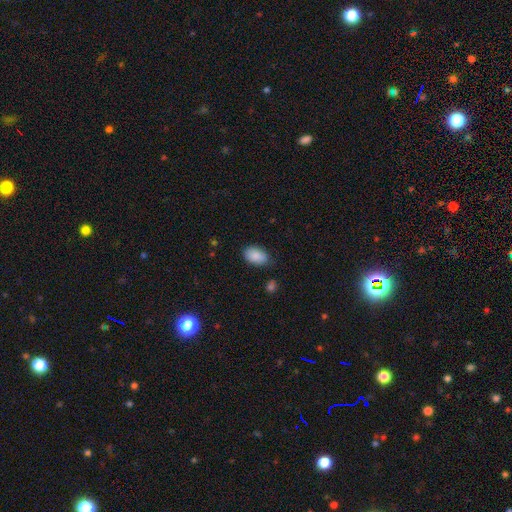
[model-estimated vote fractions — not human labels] This is clearly a smooth galaxy (89%). How rounded: clearly in between (92%). Merging: likely none (78%).